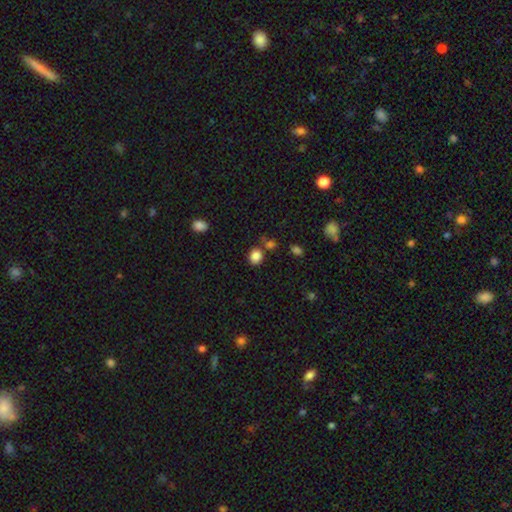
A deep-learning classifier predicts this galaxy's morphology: Overall: smooth (85%). How rounded: round (71%). Merging: none (73%).